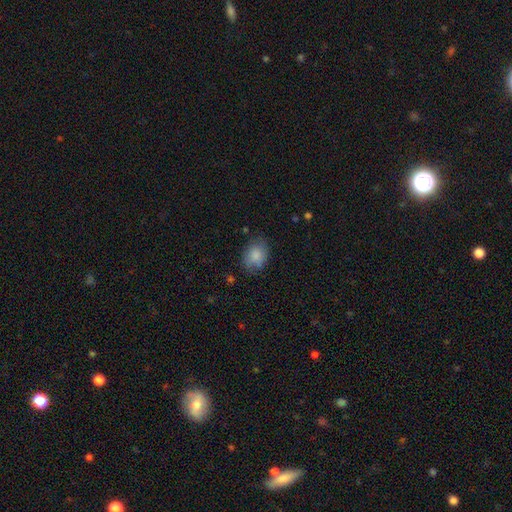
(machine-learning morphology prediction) smooth-or-featured: smooth: 85% | featured or disk: 8% | star or artifact: 7%
  how-rounded: in between: 70% | round: 29% | cigar-shaped: 1%
  merging: none: 73% | minor disturbance: 20% | major disturbance: 5% | merger: 1%